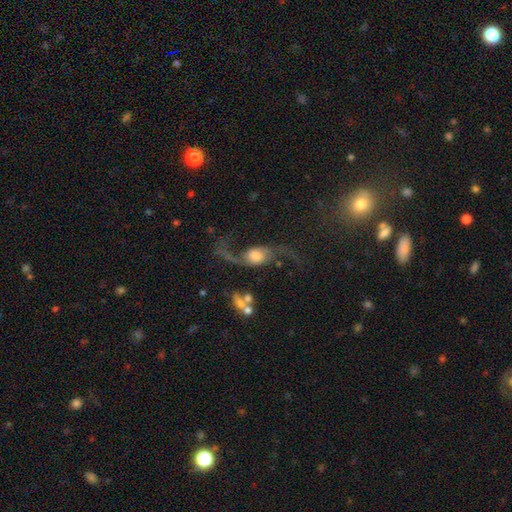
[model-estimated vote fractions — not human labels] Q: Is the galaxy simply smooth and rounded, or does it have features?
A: featured or disk — 79%.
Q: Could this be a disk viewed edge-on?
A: no — 93%.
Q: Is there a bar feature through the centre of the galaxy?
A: no — 61%.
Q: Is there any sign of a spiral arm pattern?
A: yes — 93%.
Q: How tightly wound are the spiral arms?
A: loose — 92%.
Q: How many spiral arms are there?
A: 2 — 92%.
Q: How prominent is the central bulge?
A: moderate — 35%.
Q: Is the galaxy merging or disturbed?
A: none — 51%.